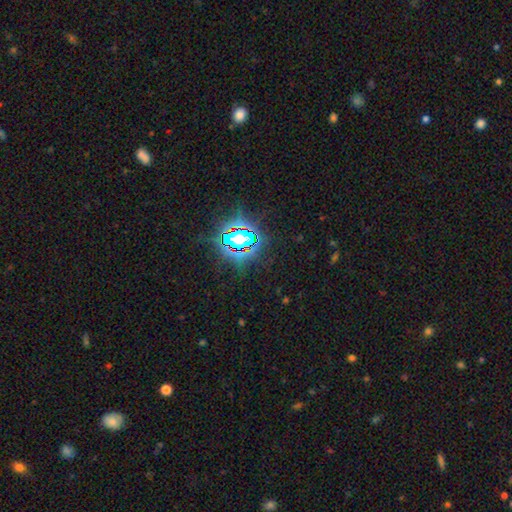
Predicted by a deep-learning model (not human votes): The model was most divided on "smooth or featured": star or artifact: 81%, smooth: 11%, featured or disk: 8%.